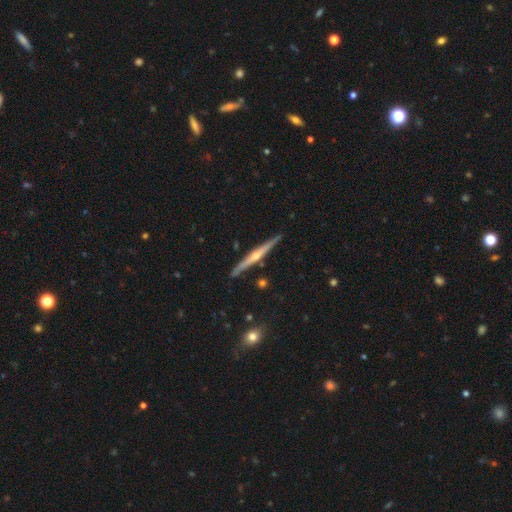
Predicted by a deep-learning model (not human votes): Morphology: type=featured or disk (76%); edge-on=yes (98%); edge-on bulge=rounded (84%); merging=none (89%).